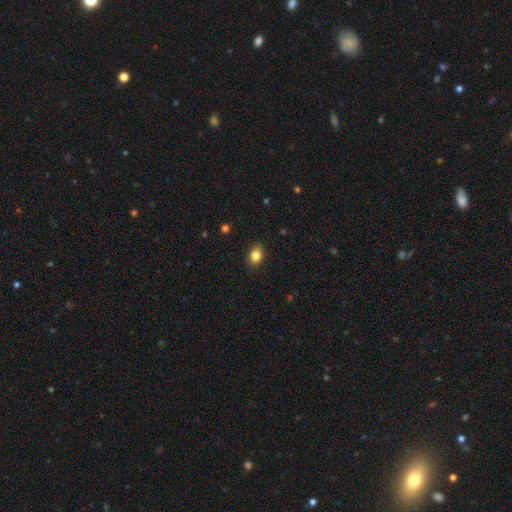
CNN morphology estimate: smooth_or_featured: smooth (p=0.84) [alt: star or artifact p=0.10]
how_rounded: in between (p=0.73) [alt: round p=0.25]
merging: none (p=0.87) [alt: minor disturbance p=0.10]